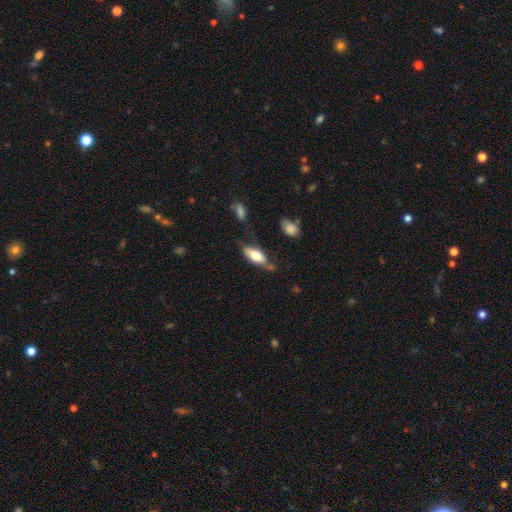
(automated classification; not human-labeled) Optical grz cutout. It shows a smooth galaxy with no disk features (69%) that is in between round and cigar-shaped (78%). Merging: none (52%).